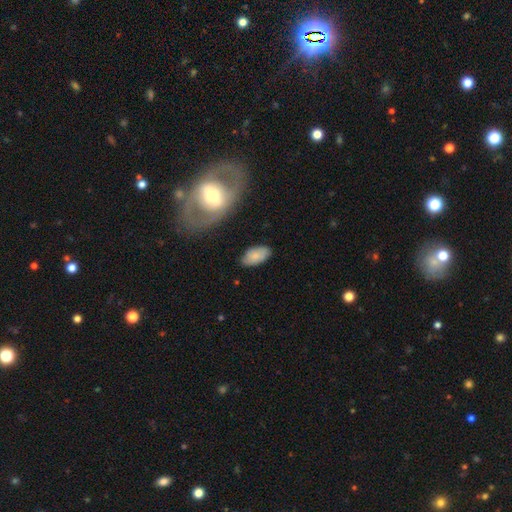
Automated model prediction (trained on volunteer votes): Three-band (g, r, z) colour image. It shows a smooth galaxy with no disk features (80%) that is in between round and cigar-shaped (94%). Merging: none (81%).